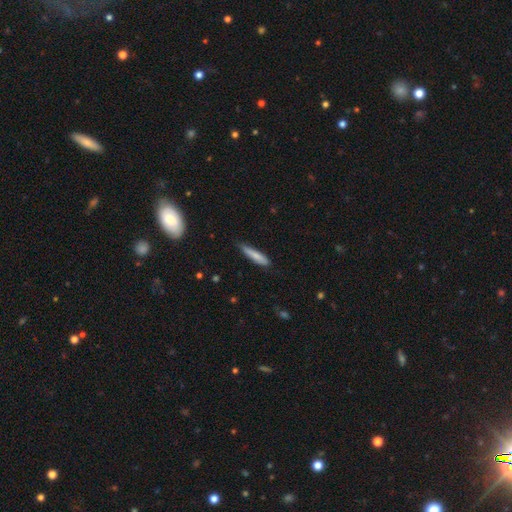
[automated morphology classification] Smooth or featured?
  - smooth: 75% *
  - featured or disk: 18%
  - star or artifact: 6%
How rounded?
  - cigar-shaped: 84% *
  - in between: 14%
  - round: 1%
Merging?
  - none: 73% *
  - minor disturbance: 23%
  - major disturbance: 3%
  - merger: 2%